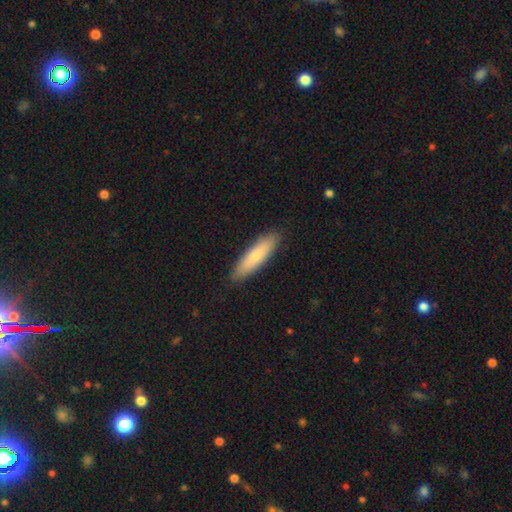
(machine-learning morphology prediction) Smooth or featured? smooth (77%)
How rounded? cigar-shaped (71%)
Merging? none (89%)